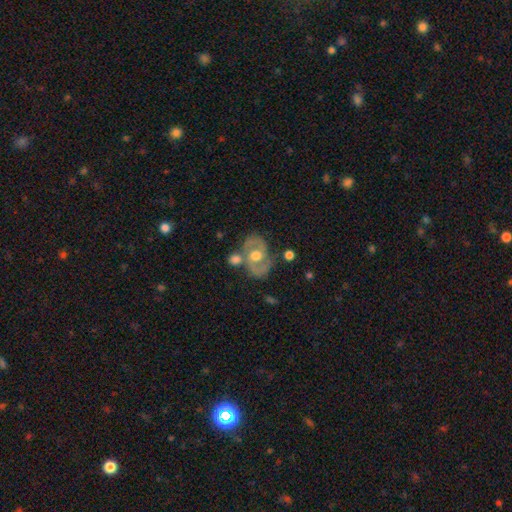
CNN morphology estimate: Smooth or featured? featured or disk (77%)
Edge-on disk? no (96%)
Bar? no (64%)
Spiral arms? yes (73%)
Spiral winding? medium (49%)
Spiral arm count? 2 (85%)
Bulge size? moderate (75%)
Merging? none (66%)